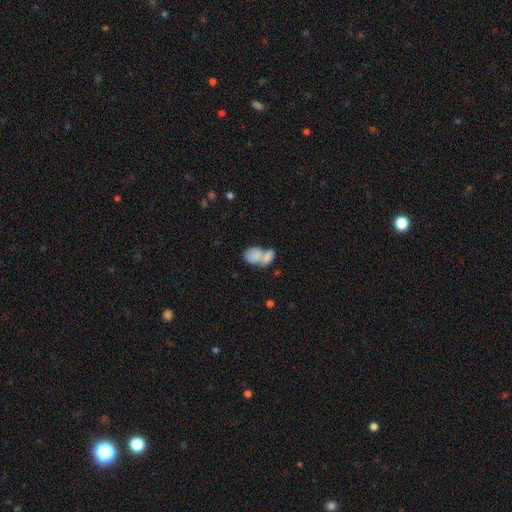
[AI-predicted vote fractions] The model was most divided on "merging": merger: 68%, none: 19%, minor disturbance: 8%, major disturbance: 5%. More confident: smooth or featured — smooth (79%); how rounded — in between (75%).